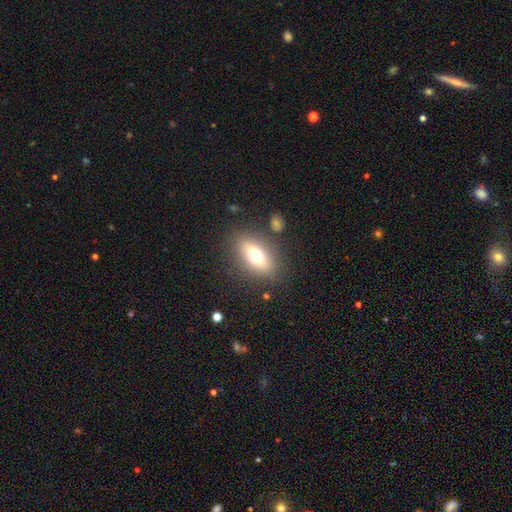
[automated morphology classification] Q: Smooth or featured?
A: smooth (66%); runner-up: featured or disk (24%)
Q: How rounded?
A: in between (78%); runner-up: round (15%)
Q: Merging?
A: none (81%); runner-up: minor disturbance (11%)